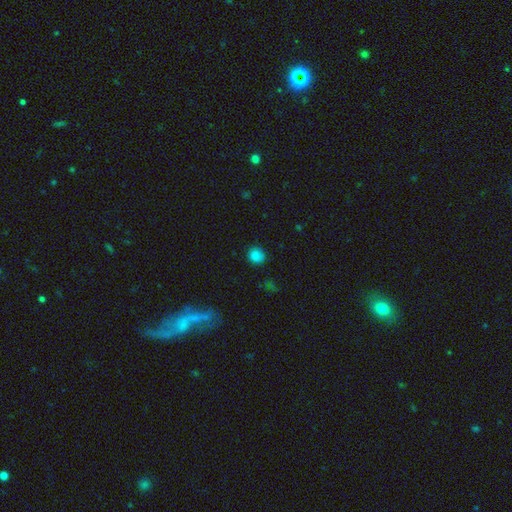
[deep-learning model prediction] smooth 83%, star or artifact 13%, featured or disk 4%. Down the decision tree: how rounded — round (85%); merging — none (86%).